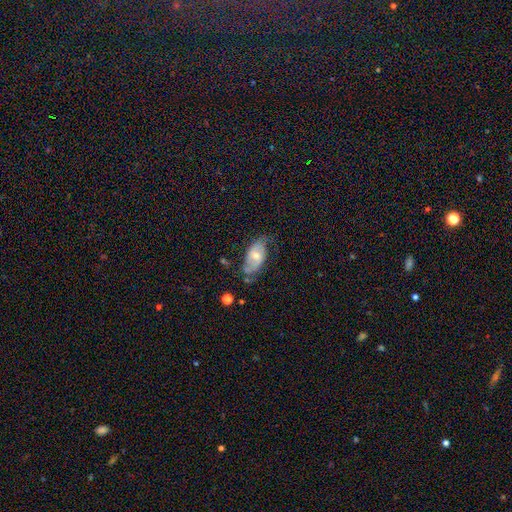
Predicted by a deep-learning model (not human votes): Q: Smooth or featured?
A: featured or disk (60%); runner-up: smooth (32%)
Q: Edge-on disk?
A: no (91%); runner-up: yes (9%)
Q: Bar?
A: no (63%); runner-up: weak (30%)
Q: Spiral arms?
A: yes (74%); runner-up: no (26%)
Q: Bulge size?
A: moderate (58%); runner-up: small (37%)
Q: Merging?
A: none (54%); runner-up: minor disturbance (29%)